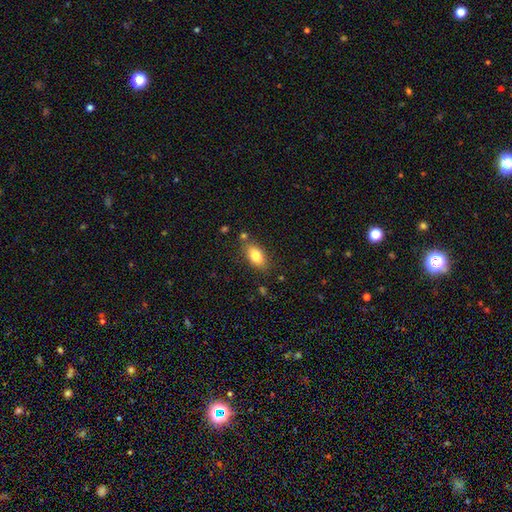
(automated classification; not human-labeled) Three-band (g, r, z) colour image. It shows a smooth galaxy with no disk features (80%) that is in between round and cigar-shaped (87%). Merging: none (77%).